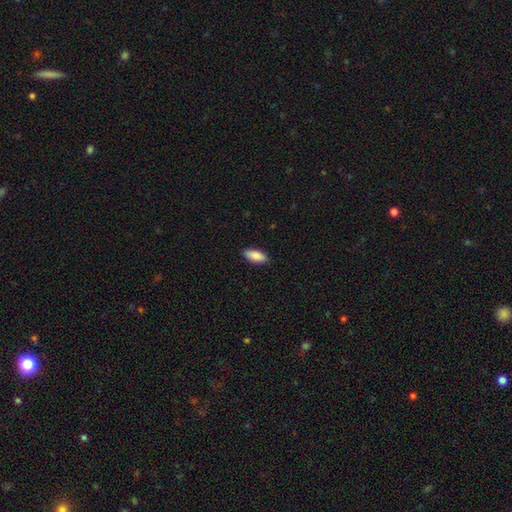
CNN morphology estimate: Q: Smooth or featured?
A: smooth (87%); runner-up: featured or disk (7%)
Q: How rounded?
A: in between (85%); runner-up: cigar-shaped (13%)
Q: Merging?
A: none (89%); runner-up: minor disturbance (9%)